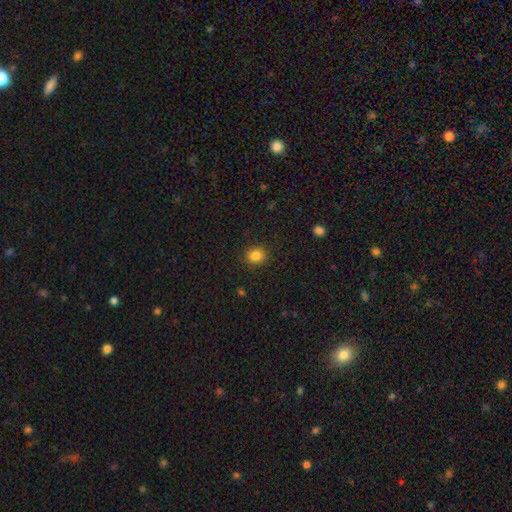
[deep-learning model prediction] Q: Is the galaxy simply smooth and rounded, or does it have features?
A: smooth — 84%.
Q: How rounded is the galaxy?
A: round — 80%.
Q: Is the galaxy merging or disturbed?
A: none — 90%.